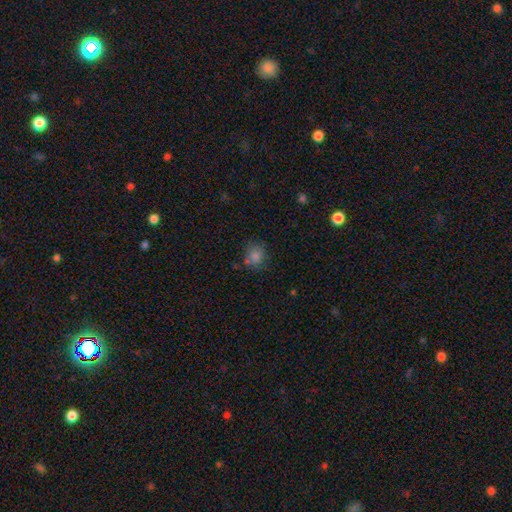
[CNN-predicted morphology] Q: Smooth or featured?
A: smooth (80%); runner-up: star or artifact (14%)
Q: How rounded?
A: round (80%); runner-up: in between (19%)
Q: Merging?
A: none (73%); runner-up: minor disturbance (16%)